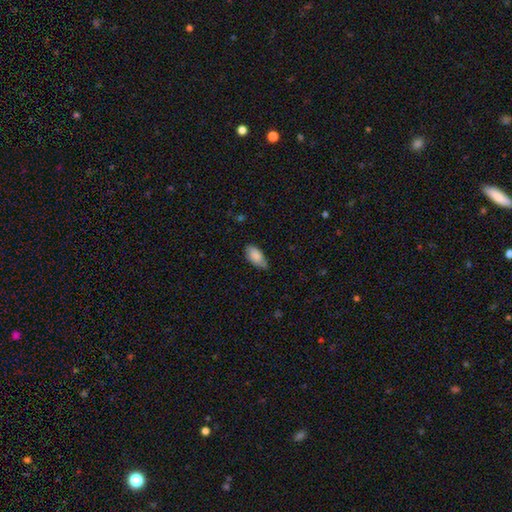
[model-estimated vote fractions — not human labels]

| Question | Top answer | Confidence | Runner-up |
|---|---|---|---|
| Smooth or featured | smooth | 83% | featured or disk (11%) |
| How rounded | in between | 93% | cigar-shaped (5%) |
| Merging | none | 61% | minor disturbance (33%) |